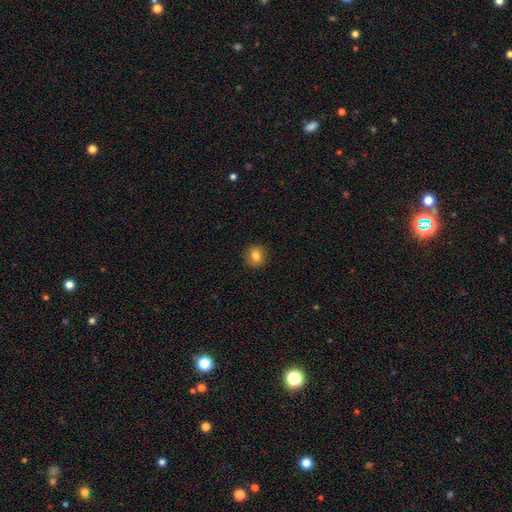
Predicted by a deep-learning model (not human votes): smooth-or-featured: smooth: 81% | star or artifact: 10% | featured or disk: 9%
  how-rounded: round: 86% | in between: 13% | cigar-shaped: 1%
  merging: none: 91% | minor disturbance: 6% | major disturbance: 2% | merger: 1%